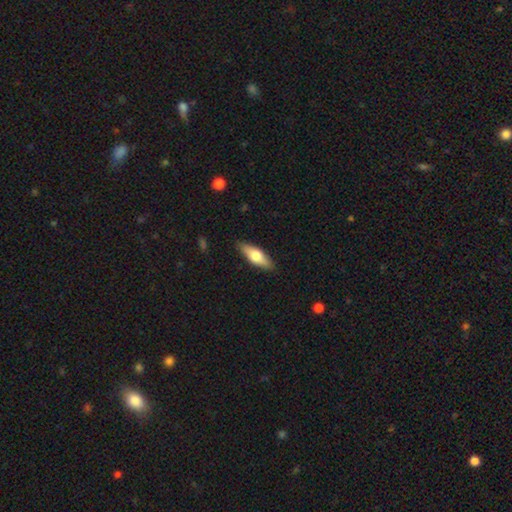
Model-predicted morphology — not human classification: Overall: smooth (63%; featured or disk 32%). How rounded: in between (61%; cigar-shaped 37%). Merging: none (87%).